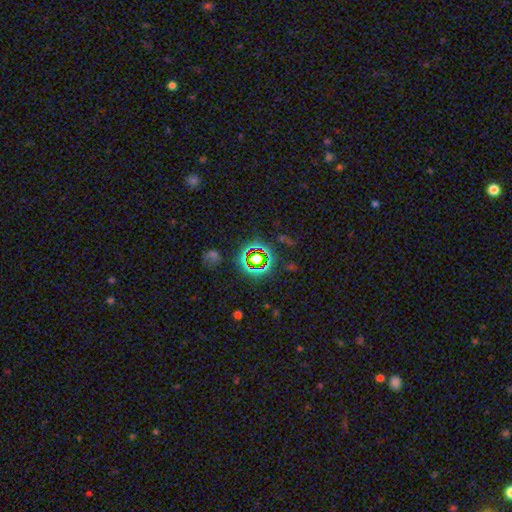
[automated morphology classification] Smooth or featured? star or artifact (71%)